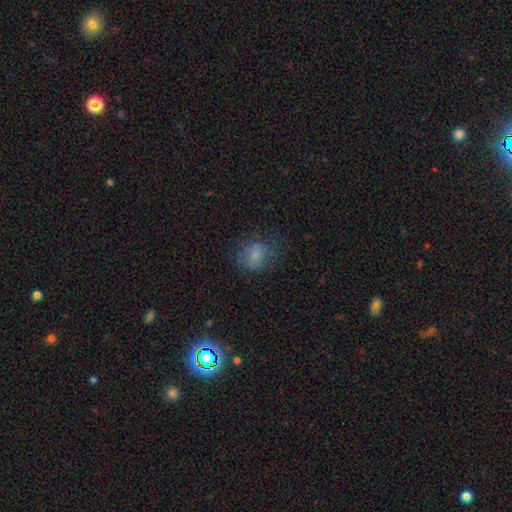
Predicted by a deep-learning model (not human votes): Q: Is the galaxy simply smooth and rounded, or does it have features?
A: smooth — 72%.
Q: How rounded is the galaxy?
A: round — 59%.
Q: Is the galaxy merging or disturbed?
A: none — 62%.